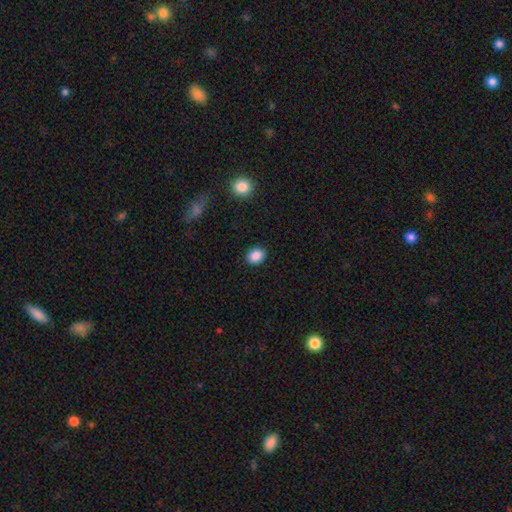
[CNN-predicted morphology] smooth_or_featured: smooth (p=0.88) [alt: star or artifact p=0.09]
how_rounded: round (p=0.50) [alt: in between p=0.49]
merging: none (p=0.90) [alt: minor disturbance p=0.07]